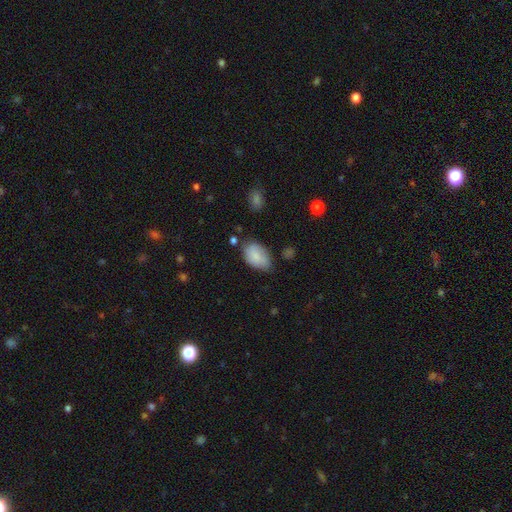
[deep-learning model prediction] Smooth or featured? Predicted: smooth (p=0.80). How rounded? Predicted: in between (p=0.91). Merging? Predicted: none (p=0.55).